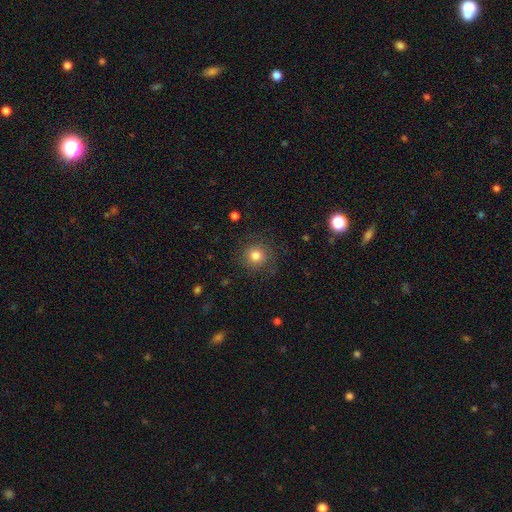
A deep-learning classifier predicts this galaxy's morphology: Overall: smooth (79%). How rounded: round (93%). Merging: none (84%).